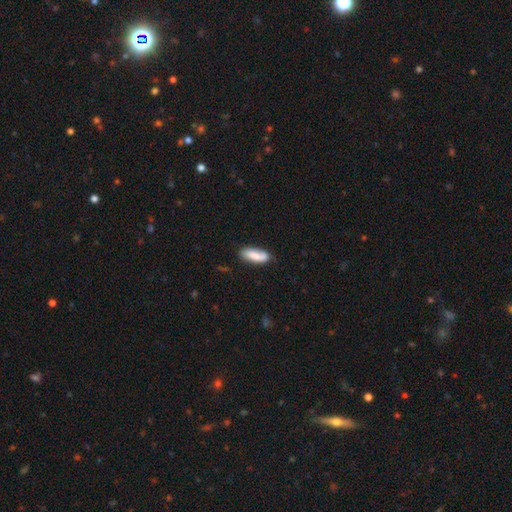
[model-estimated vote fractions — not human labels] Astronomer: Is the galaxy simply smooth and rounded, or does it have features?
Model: smooth — 78%.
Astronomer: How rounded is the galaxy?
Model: in between — 68%.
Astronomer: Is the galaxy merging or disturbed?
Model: none — 73%.